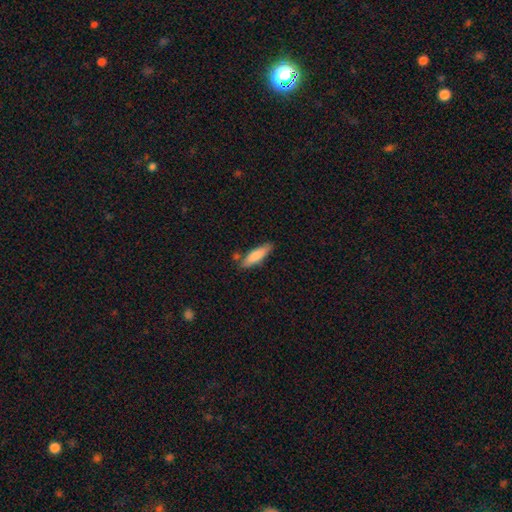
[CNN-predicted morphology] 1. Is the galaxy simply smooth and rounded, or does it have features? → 80% smooth, 15% featured or disk, 6% star or artifact.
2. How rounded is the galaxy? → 66% cigar-shaped, 33% in between, 2% round.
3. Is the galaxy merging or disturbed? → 78% none, 14% minor disturbance, 6% merger, 3% major disturbance.